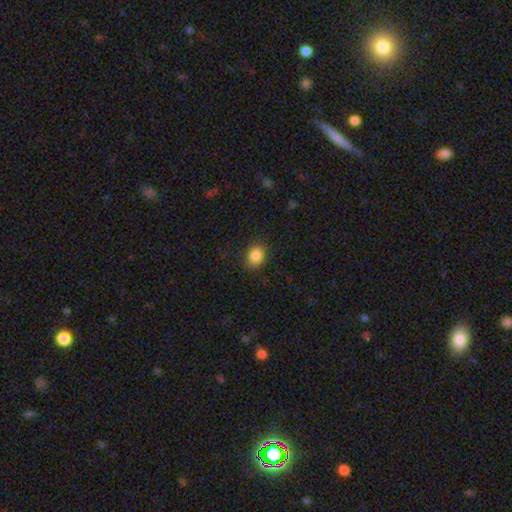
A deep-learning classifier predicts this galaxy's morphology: smooth_or_featured: smooth (p=0.86) [alt: star or artifact p=0.09]
how_rounded: in between (p=0.51) [alt: round p=0.48]
merging: none (p=0.87) [alt: minor disturbance p=0.10]